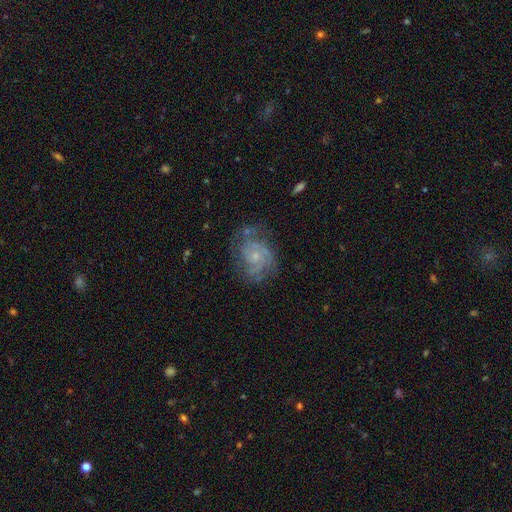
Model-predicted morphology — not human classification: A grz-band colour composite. It shows a featured or disk galaxy (80%) with no bar (73%), 2 (39%) tight (54%) spiral arms (93%) and a small central bulge (68%). Merging: none (65%).